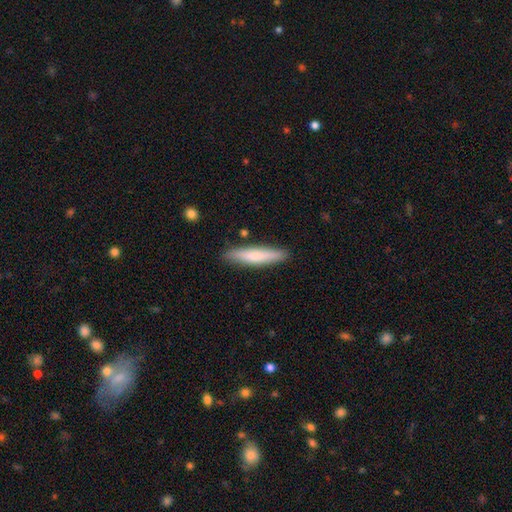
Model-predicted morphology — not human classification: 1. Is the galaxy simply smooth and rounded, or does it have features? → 73% smooth, 21% featured or disk, 6% star or artifact.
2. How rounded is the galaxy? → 88% cigar-shaped, 11% in between, 1% round.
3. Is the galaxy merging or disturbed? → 86% none, 10% minor disturbance, 2% merger, 2% major disturbance.